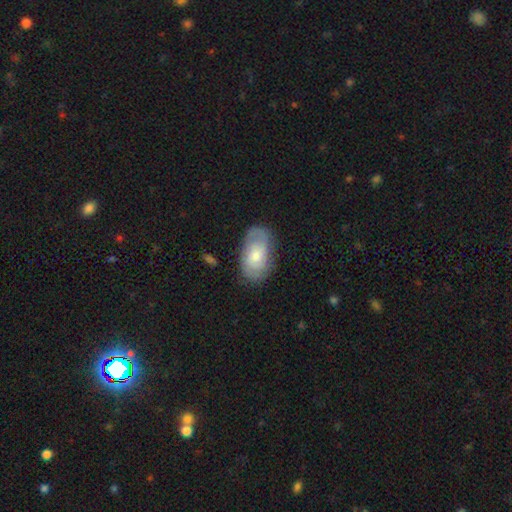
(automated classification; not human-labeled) Smooth or featured?
  - featured or disk: 59% *
  - smooth: 35%
  - star or artifact: 6%
Edge-on disk?
  - no: 95% *
  - yes: 5%
Bar?
  - no: 68% *
  - weak: 28%
  - strong: 4%
Spiral arms?
  - yes: 85% *
  - no: 15%
Bulge size?
  - moderate: 53% *
  - small: 38%
  - large: 5%
  - none: 2%
  - dominant: 1%
Merging?
  - none: 75% *
  - minor disturbance: 18%
  - major disturbance: 5%
  - merger: 1%